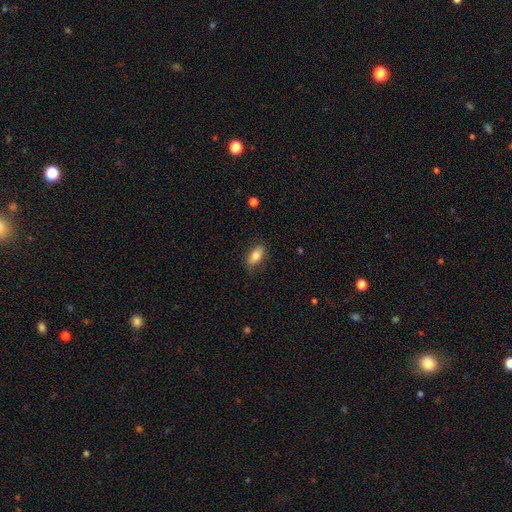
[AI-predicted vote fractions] smooth 77%, featured or disk 16%, star or artifact 7%. Down the decision tree: how rounded — in between (84%); merging — none (79%).